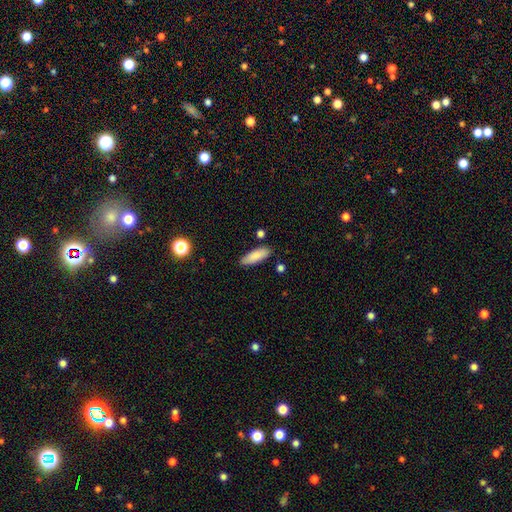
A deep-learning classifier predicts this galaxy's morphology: The model was most divided on "how rounded": in between: 61%, cigar-shaped: 37%, round: 2%. More confident: smooth or featured — smooth (85%); merging — none (83%).